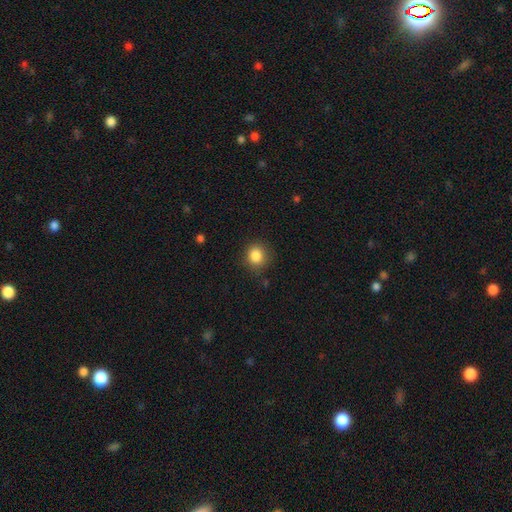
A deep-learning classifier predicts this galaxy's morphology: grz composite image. It shows a smooth galaxy with no disk features (85%) that is round (84%). Merging: none (84%).